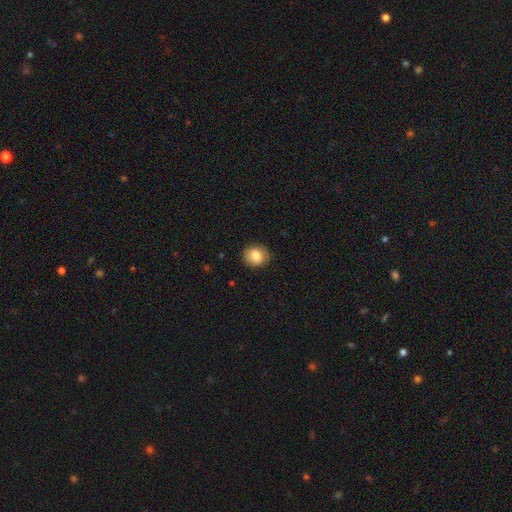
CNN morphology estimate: Smooth or featured? smooth (83%)
How rounded? round (67%)
Merging? none (88%)